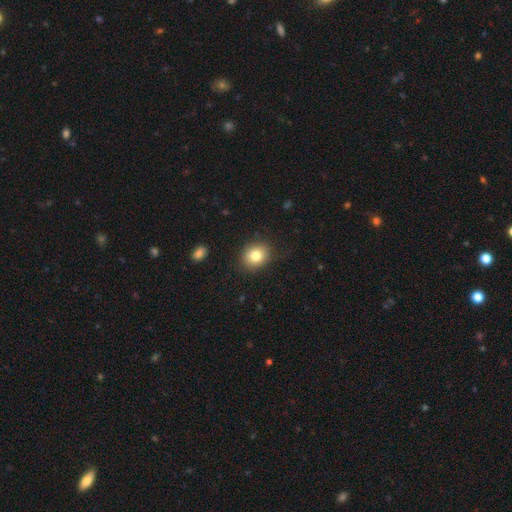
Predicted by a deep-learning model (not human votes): Smooth or featured? Predicted: smooth (p=0.81). How rounded? Predicted: round (p=0.61). Merging? Predicted: none (p=0.85).